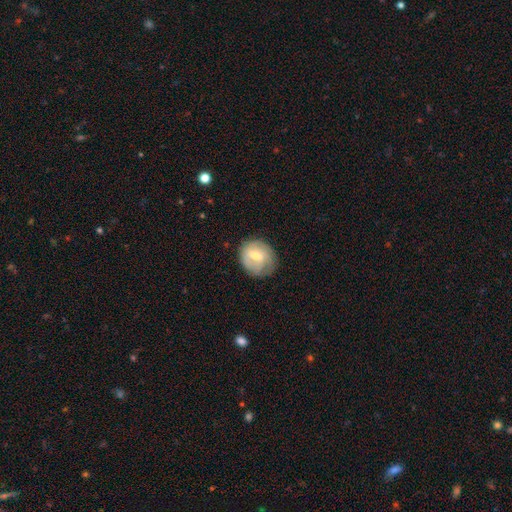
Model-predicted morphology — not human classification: A smooth galaxy with no disk features (53%) that is round (73%). Merging: none (70%).